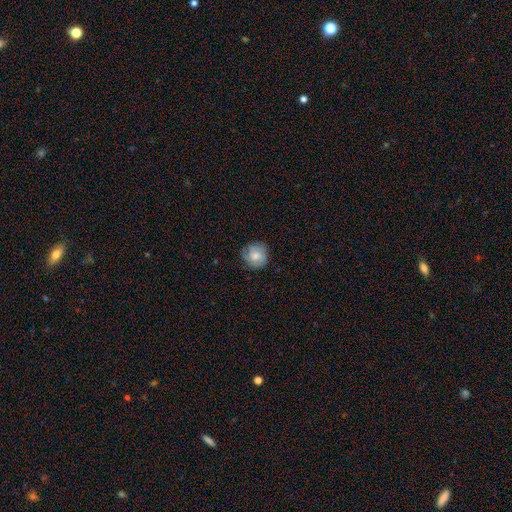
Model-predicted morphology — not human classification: Smooth or featured? Predicted: smooth (p=0.63). How rounded? Predicted: round (p=0.89). Merging? Predicted: none (p=0.73).